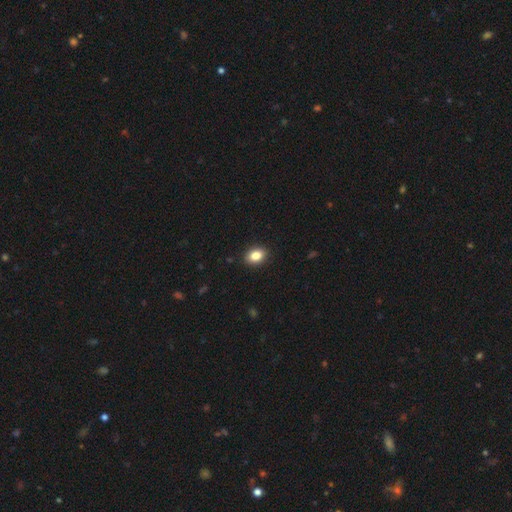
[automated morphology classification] Overall: smooth (85%). How rounded: in between (75%). Merging: none (90%).